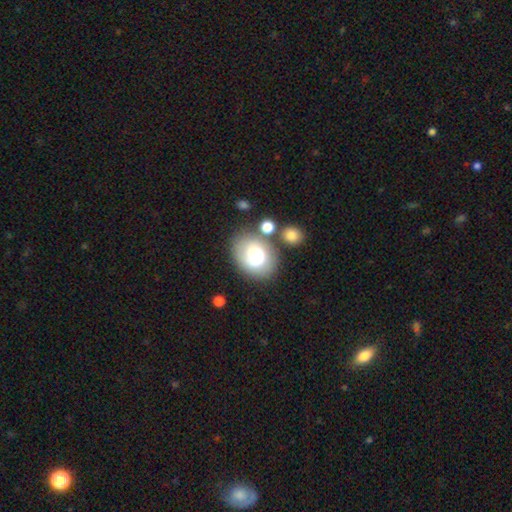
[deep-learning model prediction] smooth-or-featured: smooth: 62% | featured or disk: 30% | star or artifact: 8%
  how-rounded: in between: 59% | round: 40% | cigar-shaped: 1%
  merging: none: 62% | minor disturbance: 19% | merger: 11% | major disturbance: 8%